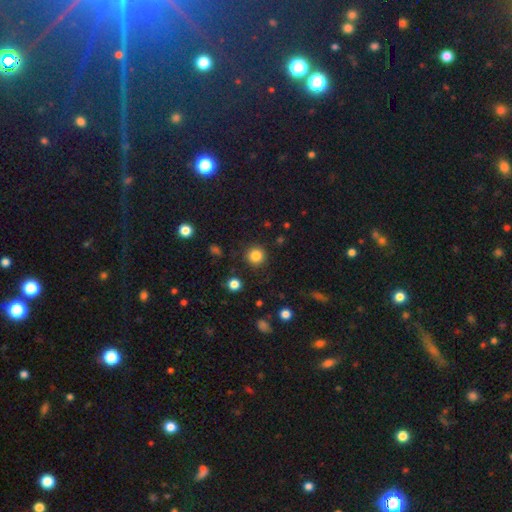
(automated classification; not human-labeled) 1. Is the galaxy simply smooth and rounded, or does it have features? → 84% smooth, 11% star or artifact, 5% featured or disk.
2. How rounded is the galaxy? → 94% round, 5% in between, 1% cigar-shaped.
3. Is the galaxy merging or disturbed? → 90% none, 6% minor disturbance, 3% major disturbance, 2% merger.